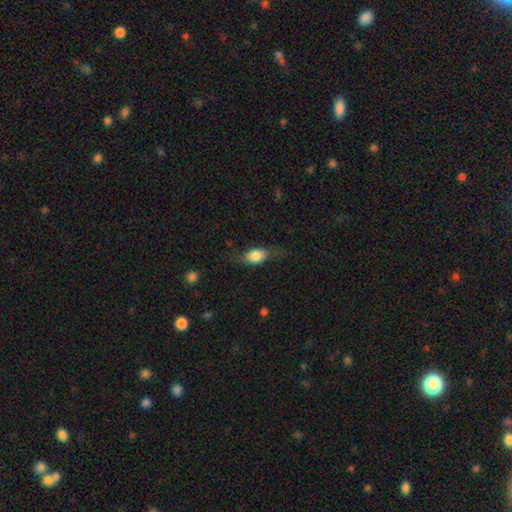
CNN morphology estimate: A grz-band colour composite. It shows a smooth galaxy with no disk features (62%) that is in between round and cigar-shaped (71%). Merging: none (62%).